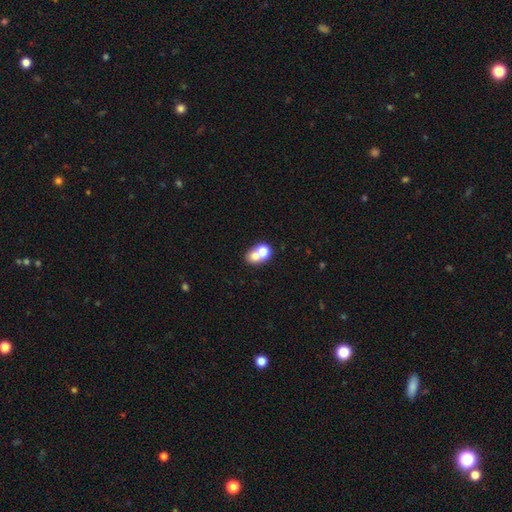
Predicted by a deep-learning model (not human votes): Morphology: type=smooth (67%); roundness=round (61%); merging=merger (54%).